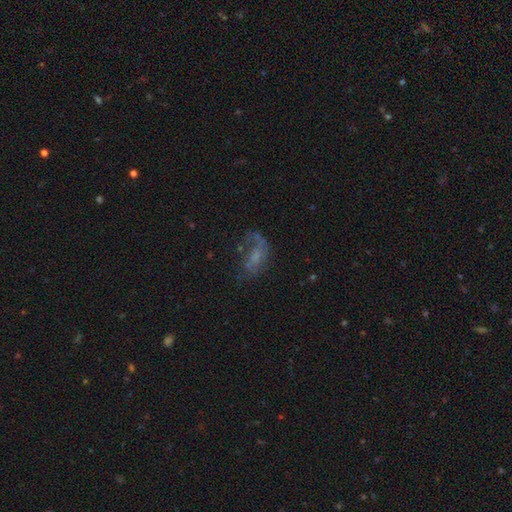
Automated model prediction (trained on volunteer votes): Smooth or featured? Predicted: featured or disk (p=0.54). Edge-on disk? Predicted: no (p=0.96). Bar? Predicted: no (p=0.71). Spiral arms? Predicted: yes (p=0.55). Bulge size? Predicted: small (p=0.44). Merging? Predicted: none (p=0.38).